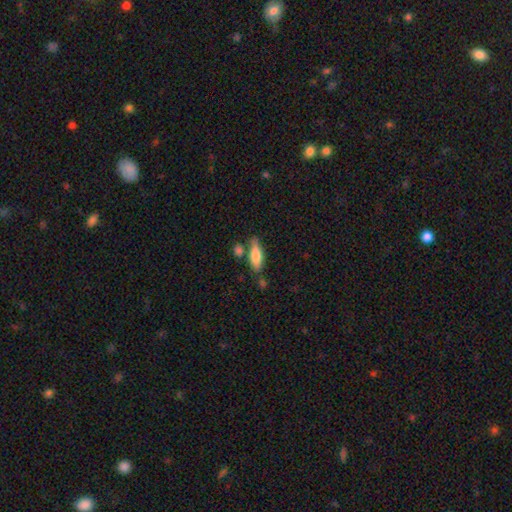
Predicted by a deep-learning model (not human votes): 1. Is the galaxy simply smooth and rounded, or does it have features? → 74% smooth, 19% featured or disk, 6% star or artifact.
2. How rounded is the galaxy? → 56% in between, 41% cigar-shaped, 3% round.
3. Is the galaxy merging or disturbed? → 66% none, 16% minor disturbance, 14% merger, 4% major disturbance.